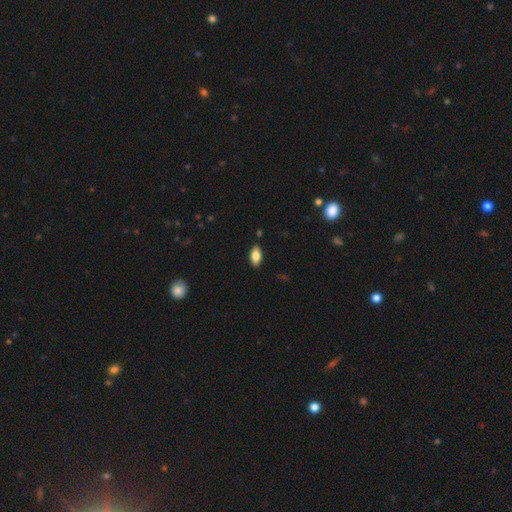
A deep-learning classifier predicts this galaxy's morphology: This is clearly a smooth galaxy (82%). How rounded: clearly in between (91%). Merging: clearly none (87%).